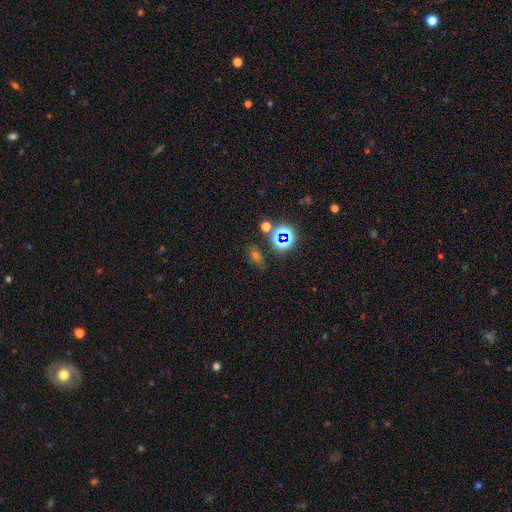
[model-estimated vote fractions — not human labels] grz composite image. It shows a star or artifact, not a galaxy (50%).